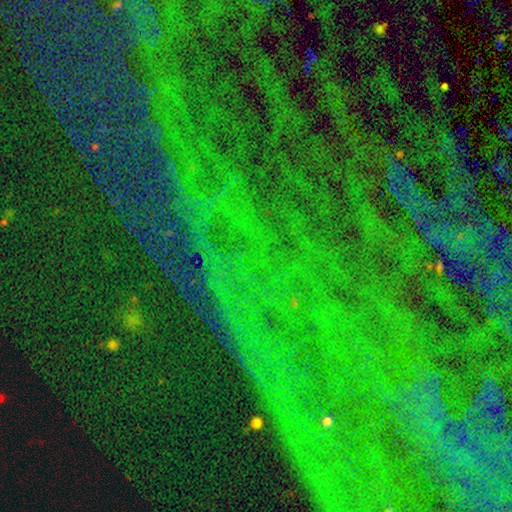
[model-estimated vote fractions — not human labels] Q: Smooth or featured?
A: star or artifact (85%); runner-up: featured or disk (8%)